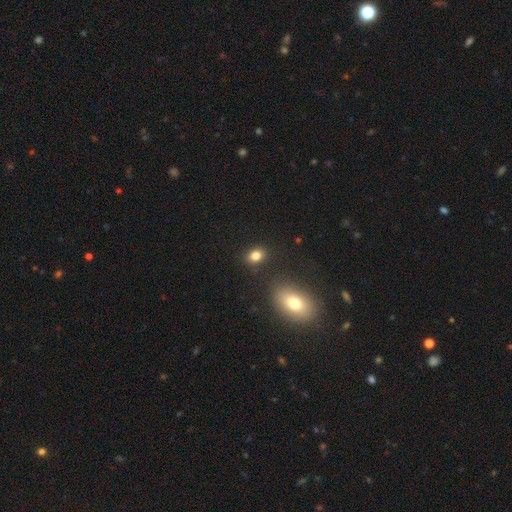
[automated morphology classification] Overall: smooth (83%). How rounded: in between (70%). Merging: none (85%).